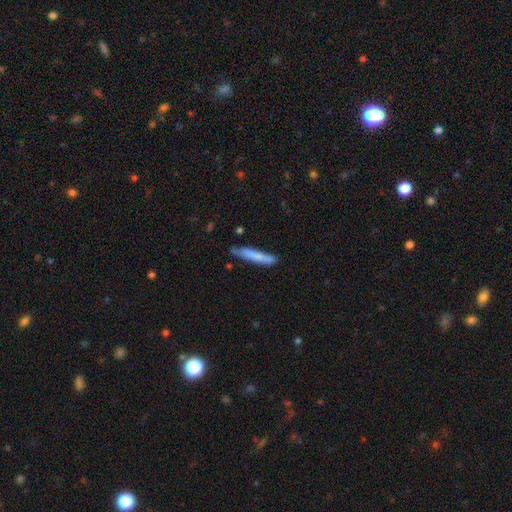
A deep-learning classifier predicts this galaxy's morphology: smooth 72%, featured or disk 22%, star or artifact 6%. Down the decision tree: how rounded — cigar-shaped (94%); merging — none (76%).